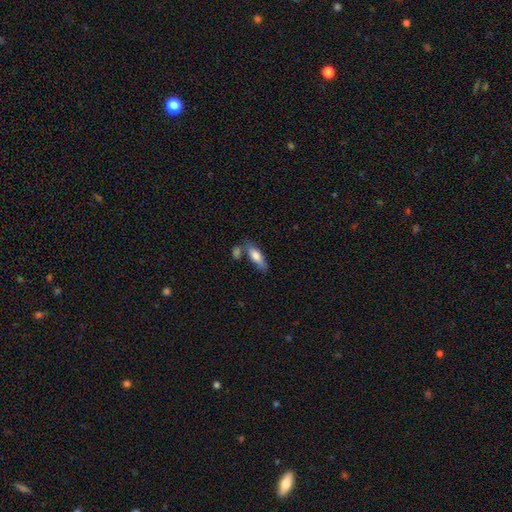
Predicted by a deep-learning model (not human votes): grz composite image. It shows a smooth galaxy with no disk features (72%) that is in between round and cigar-shaped (59%). Merging: none (61%).